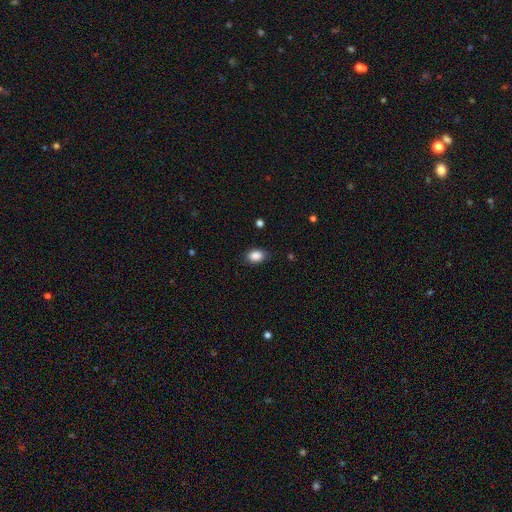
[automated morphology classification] This appears to be a smooth galaxy with no disk features (88%) that is in between round and cigar-shaped (79%). Merging: none (84%).